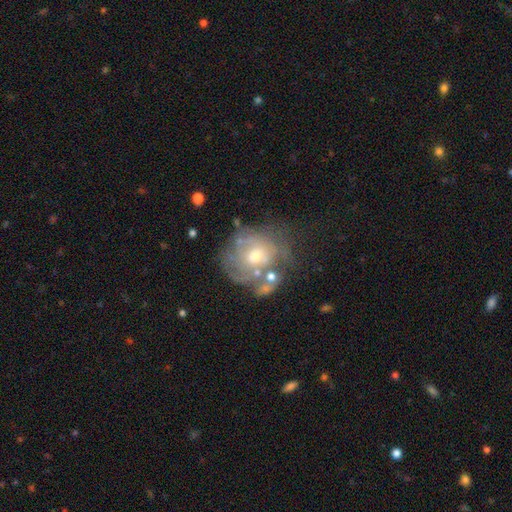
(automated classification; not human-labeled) Overall: featured or disk (66%). Edge-on disk: no (97%). Bar: no (79%). Spiral arms: yes (63%; no 37%). Bulge size: moderate (59%; small 33%). Merging: none (48%; minor disturbance 22%).